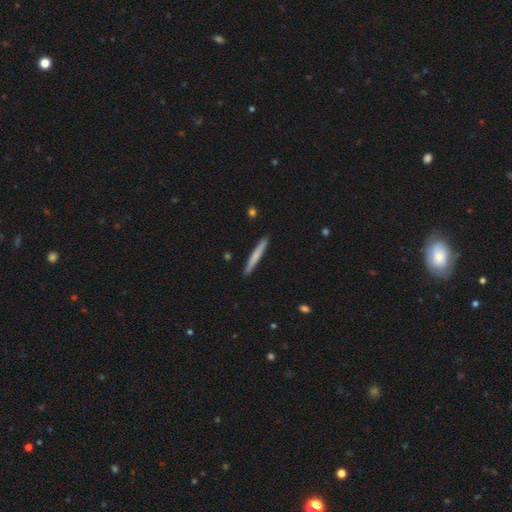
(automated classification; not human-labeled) Morphology: type=smooth (69%); roundness=cigar-shaped (97%); merging=none (92%).